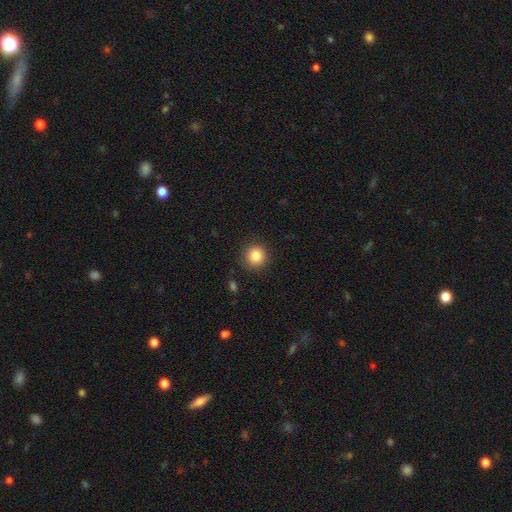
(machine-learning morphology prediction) Overall: smooth (84%). How rounded: round (94%). Merging: none (90%).